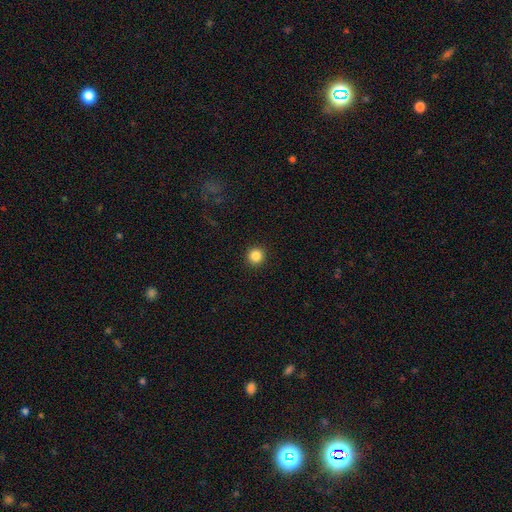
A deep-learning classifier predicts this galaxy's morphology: Smooth or featured: smooth — 86% (star or artifact — 11%)
How rounded: round — 95% (in between — 4%)
Merging: none — 93% (minor disturbance — 4%)